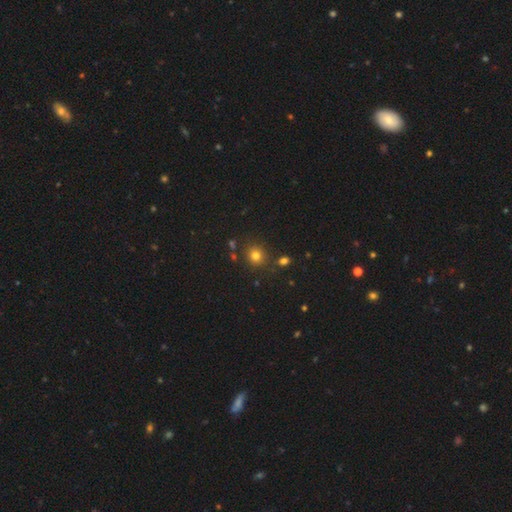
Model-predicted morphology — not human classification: This appears to be a smooth galaxy with no disk features (76%) that is round (86%). Merging: none (82%).